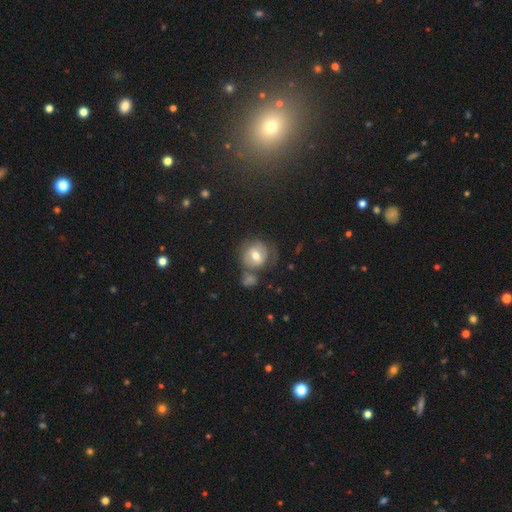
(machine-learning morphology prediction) smooth 58%, featured or disk 33%, star or artifact 10%. Down the decision tree: how rounded — round (75%); merging — none (51%).